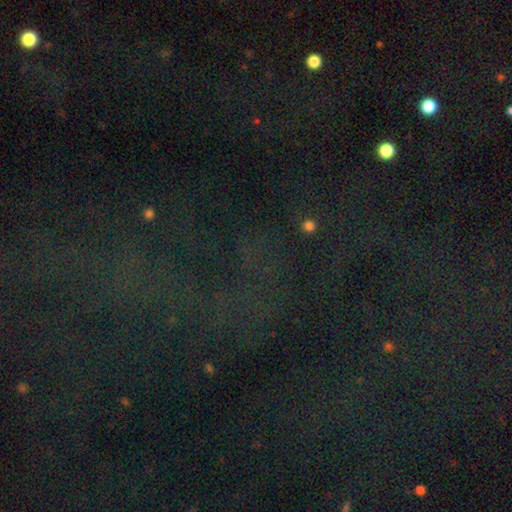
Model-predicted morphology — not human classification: Q: Smooth or featured?
A: star or artifact (74%); runner-up: smooth (15%)